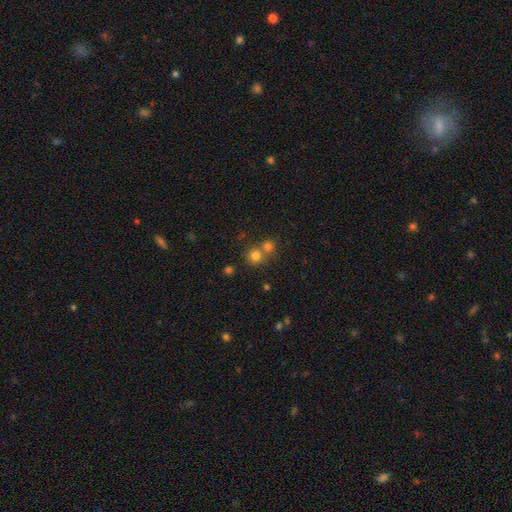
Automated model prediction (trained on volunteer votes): smooth 77%, star or artifact 16%, featured or disk 8%. Down the decision tree: how rounded — round (90%); merging — none (55%).